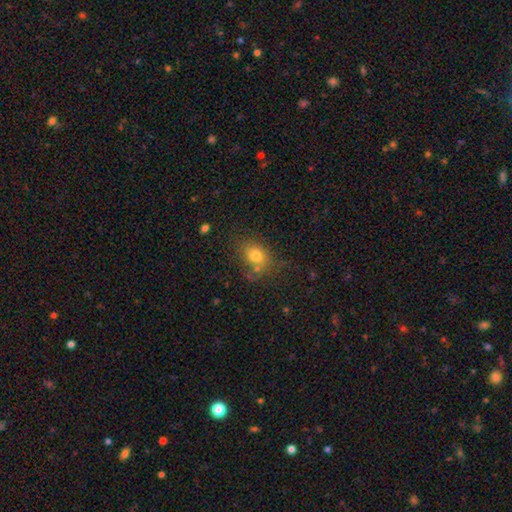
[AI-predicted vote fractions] Smooth or featured: smooth — 76% (star or artifact — 13%)
How rounded: in between — 55% (round — 44%)
Merging: none — 64% (minor disturbance — 18%)